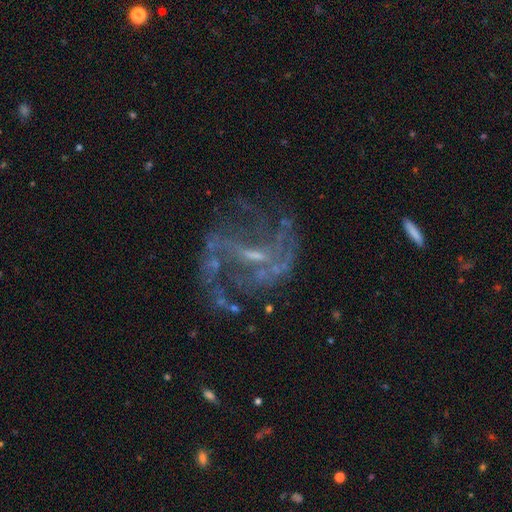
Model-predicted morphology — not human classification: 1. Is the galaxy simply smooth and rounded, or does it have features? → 84% featured or disk, 11% star or artifact, 6% smooth.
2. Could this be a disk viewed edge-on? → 97% no, 3% yes.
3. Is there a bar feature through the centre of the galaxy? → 53% weak, 26% strong, 21% no.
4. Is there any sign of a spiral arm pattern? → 86% yes, 14% no.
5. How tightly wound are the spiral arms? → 44% medium, 40% loose, 16% tight.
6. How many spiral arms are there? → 49% 2, 22% can't tell, 13% 3, 6% 4, 6% 1, 5% more than 4.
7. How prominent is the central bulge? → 54% small, 23% none, 20% moderate, 1% large, 1% dominant.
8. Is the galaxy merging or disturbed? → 60% none, 20% major disturbance, 16% minor disturbance, 4% merger.